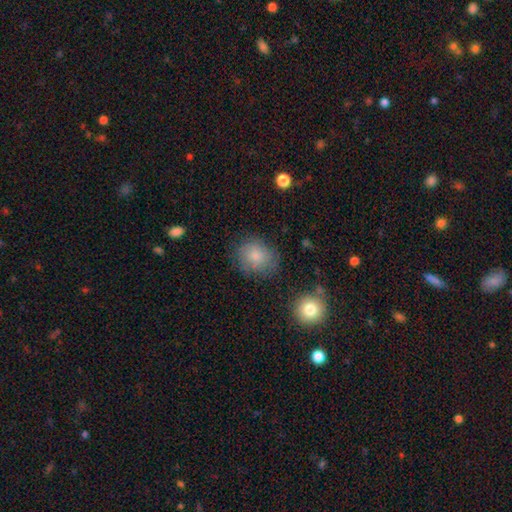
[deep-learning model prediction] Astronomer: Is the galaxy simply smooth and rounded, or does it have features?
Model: smooth — 80%.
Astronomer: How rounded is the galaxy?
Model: round — 69%.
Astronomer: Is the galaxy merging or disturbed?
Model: none — 73%.